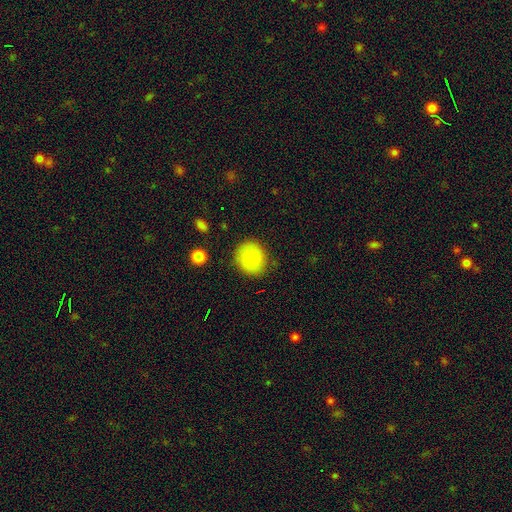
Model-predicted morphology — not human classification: Smooth or featured? smooth (85%)
How rounded? round (80%)
Merging? none (83%)